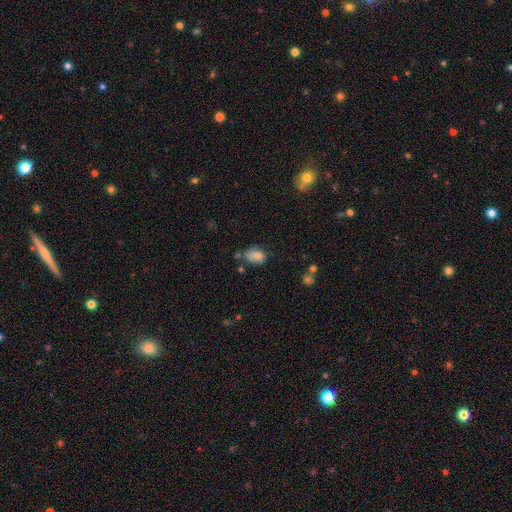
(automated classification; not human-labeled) Morphology: type=smooth (81%); roundness=in between (83%); merging=none (55%).